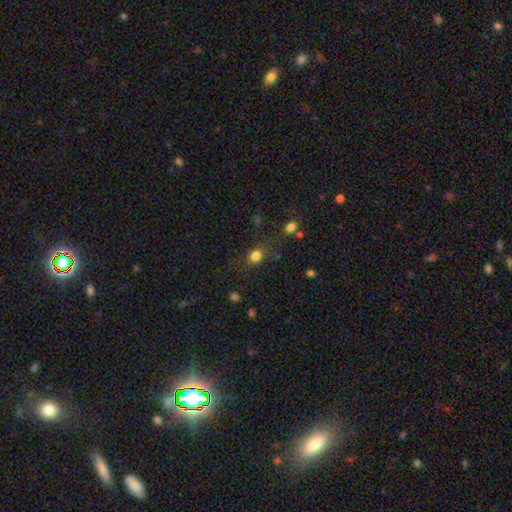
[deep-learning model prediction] Smooth or featured?
  - smooth: 80% *
  - star or artifact: 13%
  - featured or disk: 6%
How rounded?
  - in between: 50% *
  - round: 48%
  - cigar-shaped: 2%
Merging?
  - none: 68% *
  - minor disturbance: 16%
  - major disturbance: 9%
  - merger: 6%